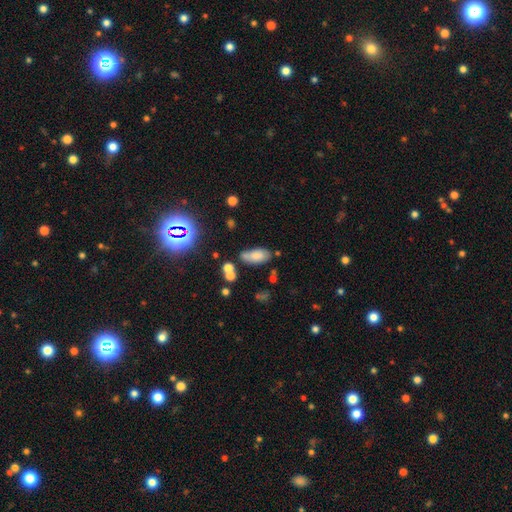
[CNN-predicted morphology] smooth-or-featured: smooth: 74% | featured or disk: 14% | star or artifact: 12%
  how-rounded: in between: 88% | cigar-shaped: 8% | round: 4%
  merging: none: 57% | minor disturbance: 22% | merger: 13% | major disturbance: 8%